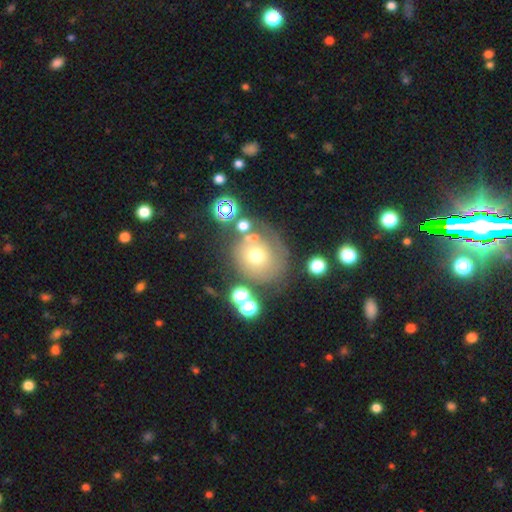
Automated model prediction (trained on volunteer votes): This is possibly a smooth galaxy (58%). How rounded: clearly round (86%). Merging: possibly none (60%).